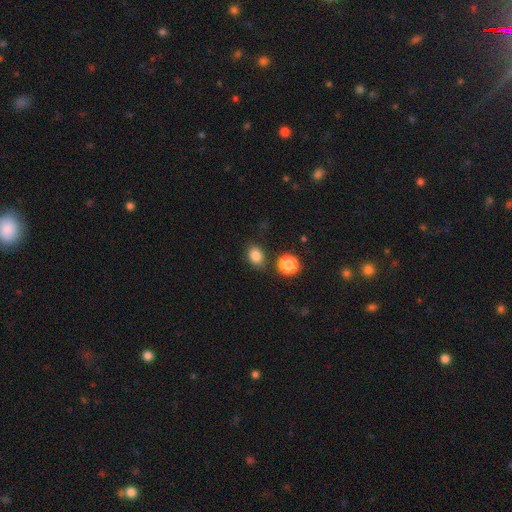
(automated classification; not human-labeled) This appears to be a smooth galaxy with no disk features (83%) that is in between round and cigar-shaped (53%). Merging: none (75%).